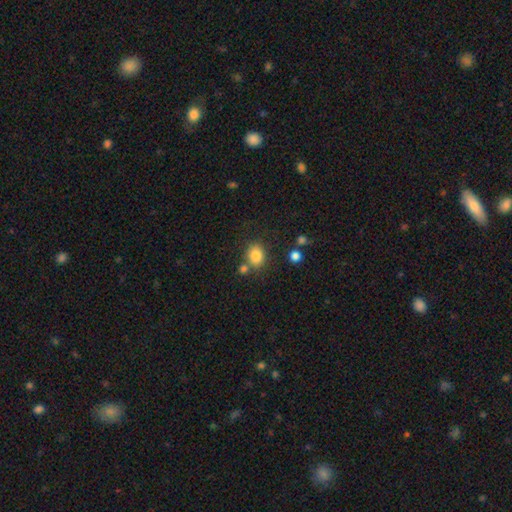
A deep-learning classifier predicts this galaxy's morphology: A smooth galaxy with no disk features (83%) that is round (59%). Merging: none (72%).